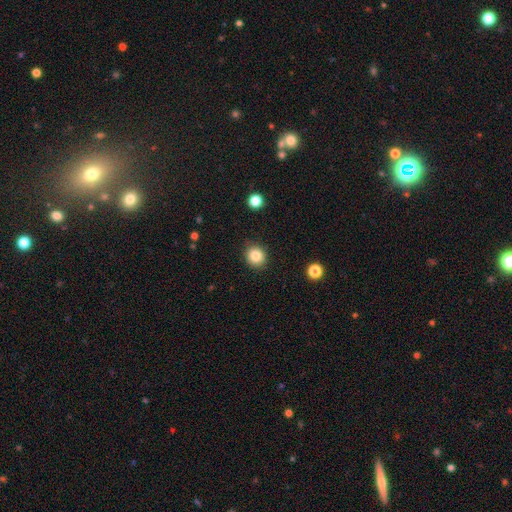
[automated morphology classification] Smooth or featured: smooth — 83% (star or artifact — 10%)
How rounded: round — 86% (in between — 13%)
Merging: none — 89% (minor disturbance — 8%)